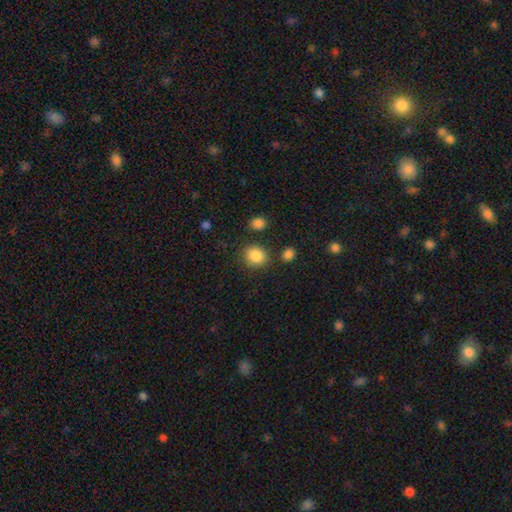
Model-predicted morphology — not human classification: type=smooth (86%); roundness=round (72%); merging=none (79%).